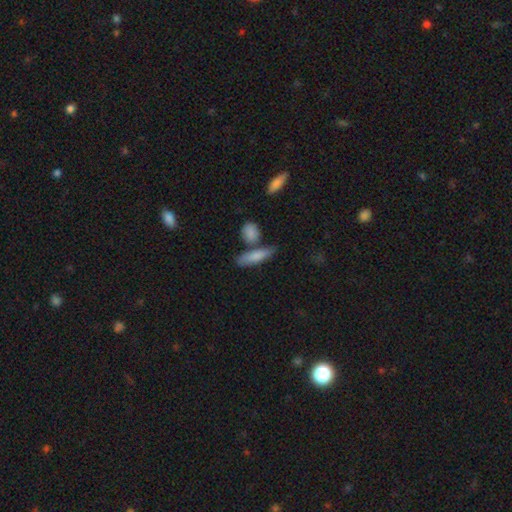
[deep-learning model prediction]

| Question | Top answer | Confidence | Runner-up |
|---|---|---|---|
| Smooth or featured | smooth | 77% | featured or disk (17%) |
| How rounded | cigar-shaped | 58% | in between (38%) |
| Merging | none | 63% | merger (17%) |